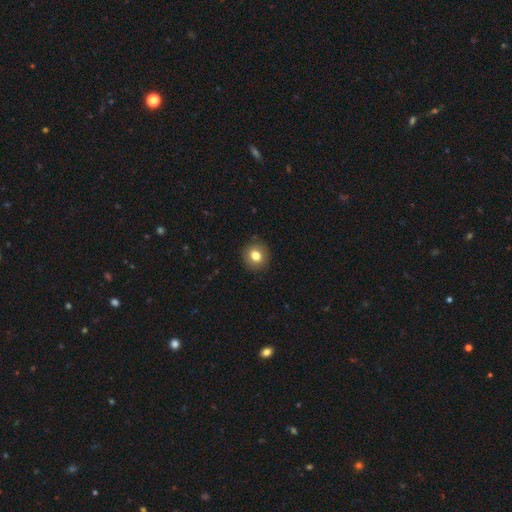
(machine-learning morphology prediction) Overall: smooth (80%). How rounded: round (87%). Merging: none (90%).